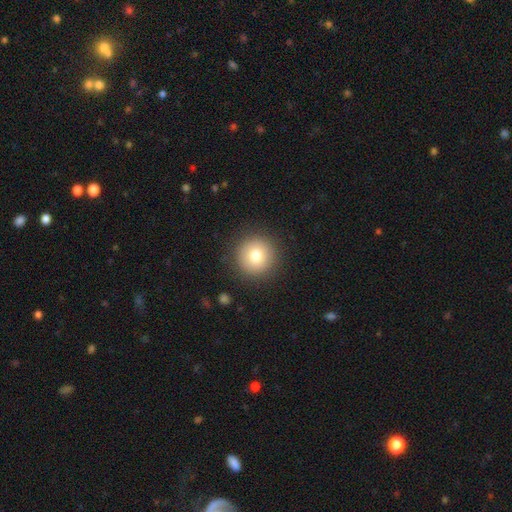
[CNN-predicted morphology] This is likely a smooth galaxy (78%). How rounded: clearly round (96%). Merging: clearly none (90%).